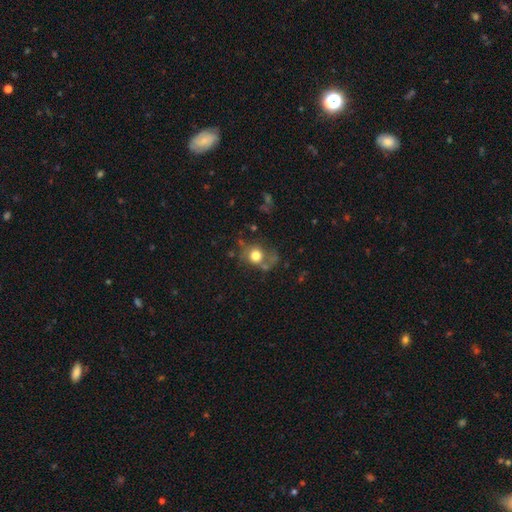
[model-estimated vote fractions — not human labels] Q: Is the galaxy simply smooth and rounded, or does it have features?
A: smooth — 72%.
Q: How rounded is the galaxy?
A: round — 79%.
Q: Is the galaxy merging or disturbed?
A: none — 55%.